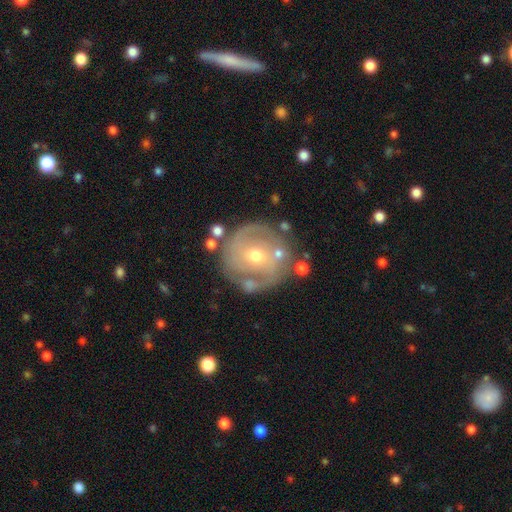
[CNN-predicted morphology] Overall: featured or disk (77%). Edge-on disk: no (97%). Bar: no (69%). Spiral arms: yes (80%). Spiral arm count: 2 (50%; can't tell 26%). Spiral winding: tight (63%; medium 28%). Bulge size: moderate (63%; small 33%). Merging: none (76%).